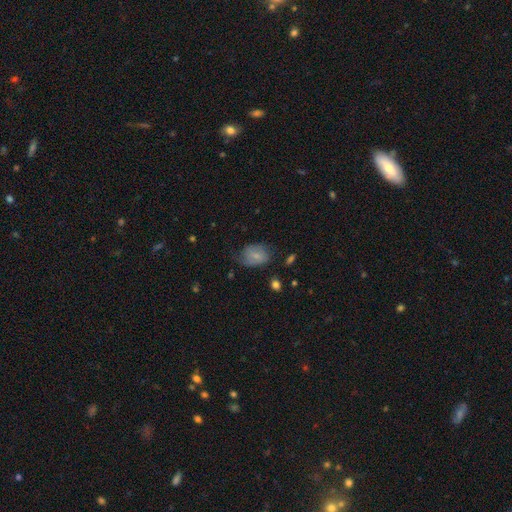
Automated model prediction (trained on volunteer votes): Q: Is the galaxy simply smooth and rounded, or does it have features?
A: smooth — 65%.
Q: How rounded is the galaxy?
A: in between — 73%.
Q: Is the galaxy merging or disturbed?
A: none — 52%.